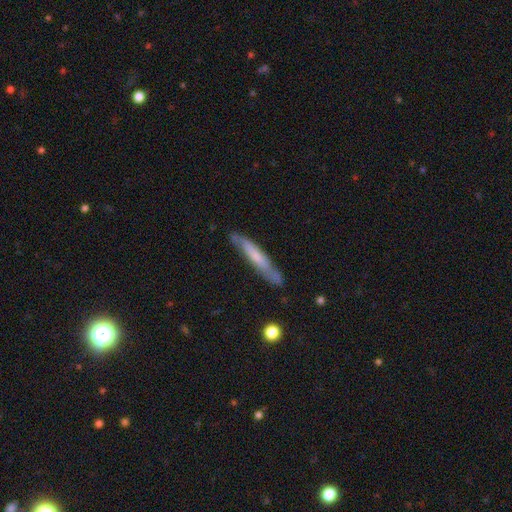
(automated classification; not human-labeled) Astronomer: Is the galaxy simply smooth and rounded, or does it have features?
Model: smooth — 50% (runner-up: featured or disk, 44%).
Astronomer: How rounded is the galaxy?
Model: cigar-shaped — 93%.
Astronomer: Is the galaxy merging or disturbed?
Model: none — 77%.